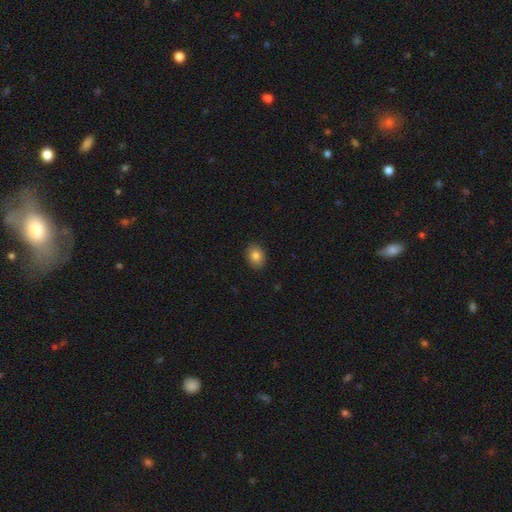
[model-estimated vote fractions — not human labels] Smooth or featured?
  - smooth: 84% *
  - star or artifact: 9%
  - featured or disk: 7%
How rounded?
  - in between: 58% *
  - round: 41%
  - cigar-shaped: 1%
Merging?
  - none: 90% *
  - minor disturbance: 8%
  - major disturbance: 2%
  - merger: 1%